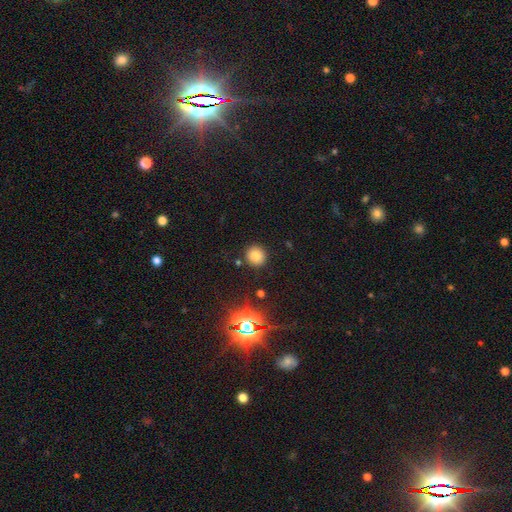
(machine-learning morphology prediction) smooth_or_featured: smooth (p=0.74) [alt: star or artifact p=0.18]
how_rounded: round (p=0.92) [alt: in between p=0.07]
merging: none (p=0.88) [alt: minor disturbance p=0.07]